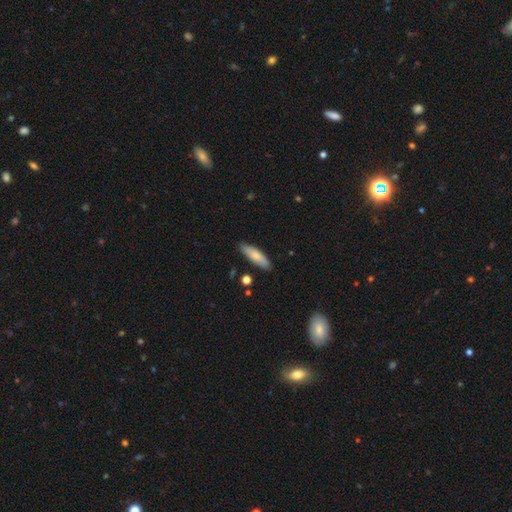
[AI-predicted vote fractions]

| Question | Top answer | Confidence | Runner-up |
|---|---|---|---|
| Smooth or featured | smooth | 78% | featured or disk (17%) |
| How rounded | cigar-shaped | 55% | in between (43%) |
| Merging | none | 86% | minor disturbance (10%) |